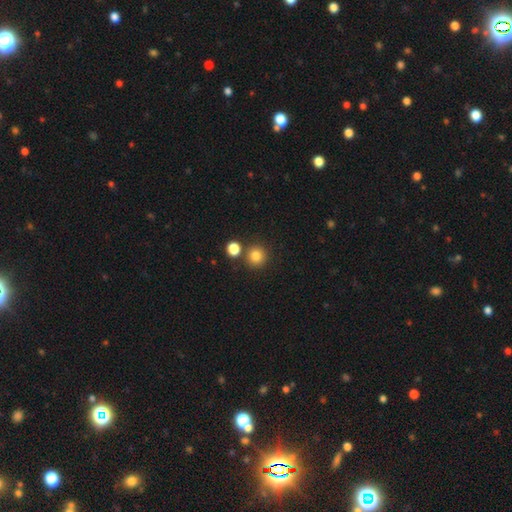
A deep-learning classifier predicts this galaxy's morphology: The model was most divided on "smooth or featured": smooth: 82%, star or artifact: 13%, featured or disk: 6%. More confident: how rounded — round (92%); merging — none (80%).